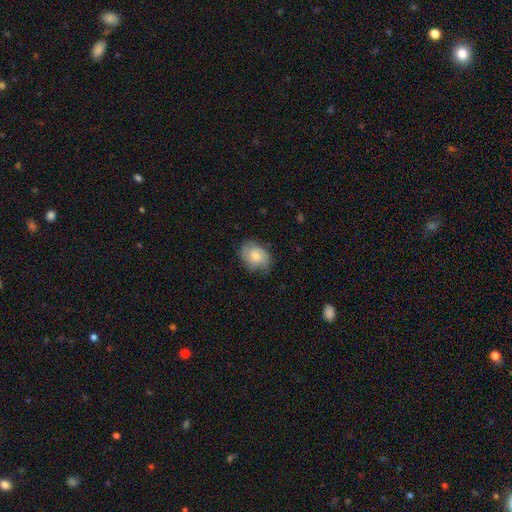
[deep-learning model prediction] Smooth or featured: smooth — 64% (featured or disk — 29%)
How rounded: in between — 63% (round — 36%)
Merging: none — 71% (minor disturbance — 22%)